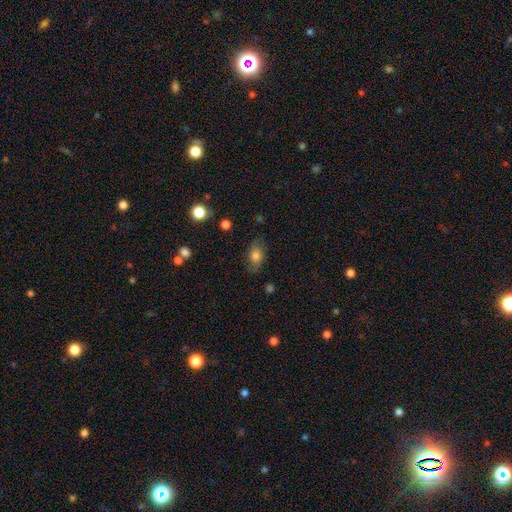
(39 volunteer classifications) A smooth galaxy with no disk features (82%) that is in between round and cigar-shaped (91%). Merging: none (84%).